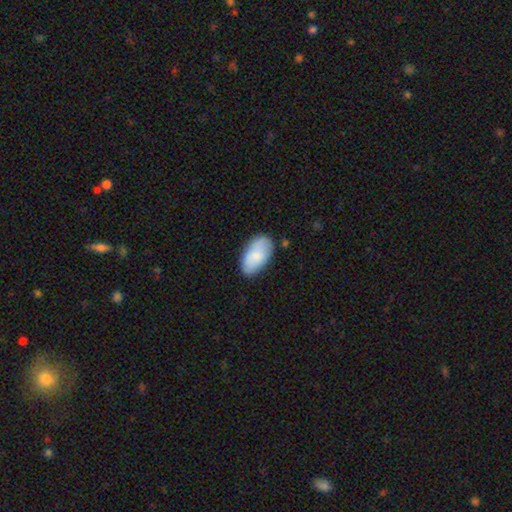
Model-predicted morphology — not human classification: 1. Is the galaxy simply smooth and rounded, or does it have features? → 80% smooth, 14% featured or disk, 6% star or artifact.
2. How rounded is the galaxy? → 95% in between, 3% round, 2% cigar-shaped.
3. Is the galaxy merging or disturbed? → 73% none, 20% minor disturbance, 4% major disturbance, 3% merger.